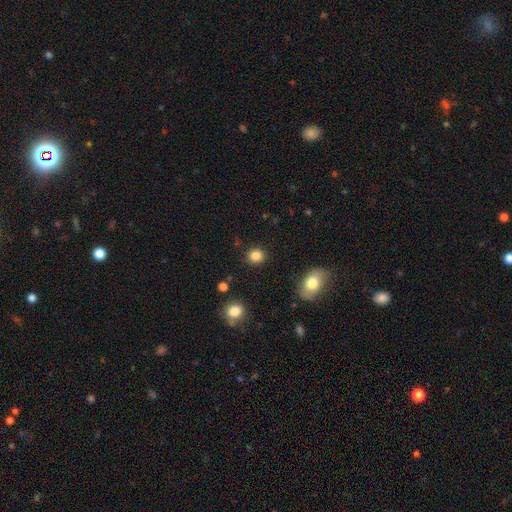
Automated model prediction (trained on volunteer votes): smooth-or-featured: smooth: 85% | star or artifact: 11% | featured or disk: 4%
  how-rounded: round: 82% | in between: 17% | cigar-shaped: 1%
  merging: none: 89% | minor disturbance: 7% | major disturbance: 2% | merger: 2%